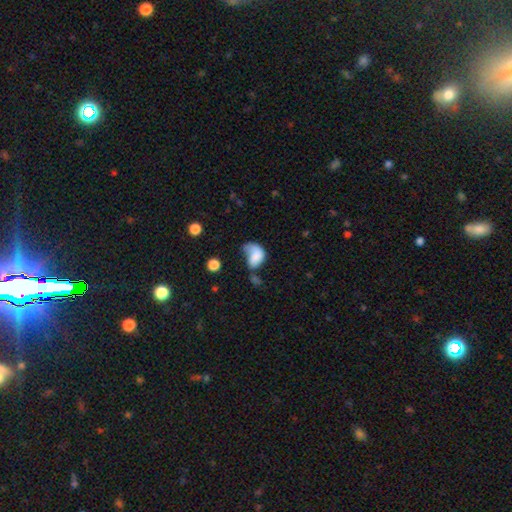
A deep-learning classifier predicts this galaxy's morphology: Smooth or featured? smooth (69%)
How rounded? in between (81%)
Merging? major disturbance (42%)